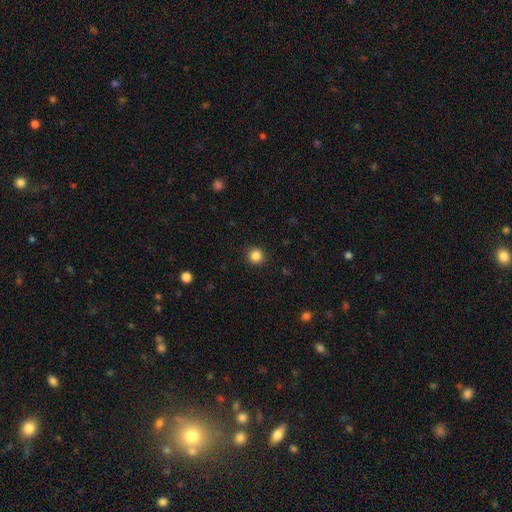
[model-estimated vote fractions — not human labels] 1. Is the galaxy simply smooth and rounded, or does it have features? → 85% smooth, 11% star or artifact, 4% featured or disk.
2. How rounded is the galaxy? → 94% round, 5% in between, 1% cigar-shaped.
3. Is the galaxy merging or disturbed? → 92% none, 5% minor disturbance, 2% major disturbance, 1% merger.